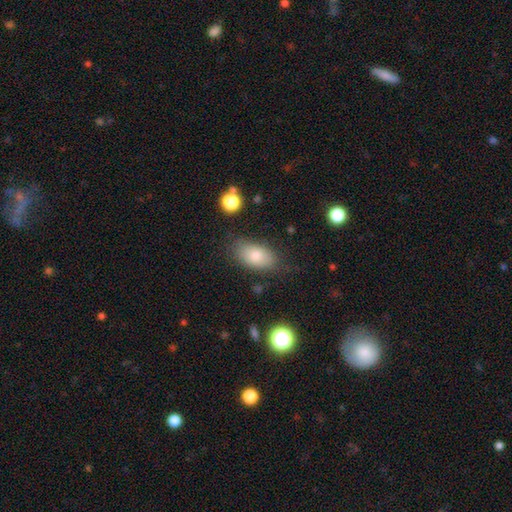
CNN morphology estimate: Overall: smooth (81%). How rounded: in between (92%). Merging: none (76%).